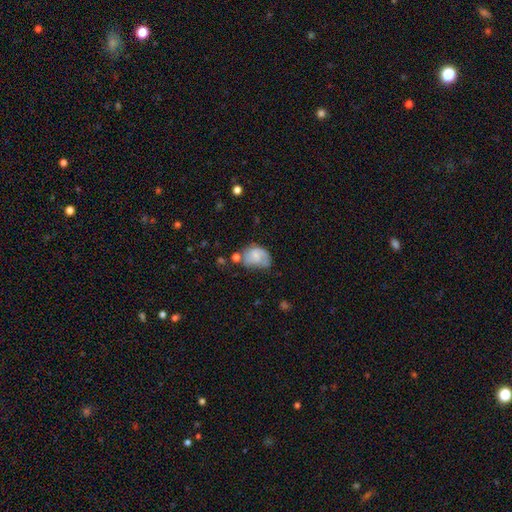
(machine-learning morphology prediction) Q: Smooth or featured?
A: smooth (56%); runner-up: featured or disk (35%)
Q: How rounded?
A: in between (70%); runner-up: round (29%)
Q: Merging?
A: none (36%); runner-up: minor disturbance (34%)